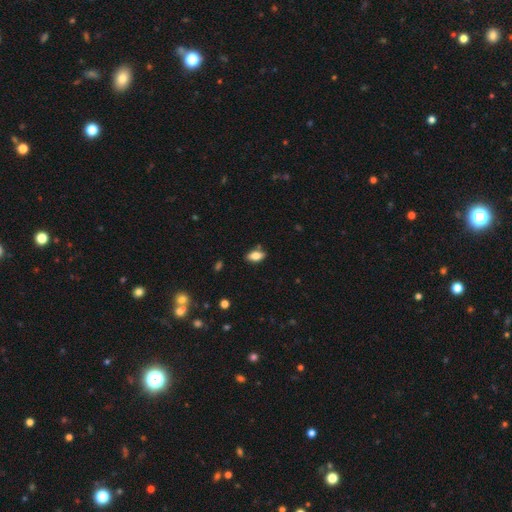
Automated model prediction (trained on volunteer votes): Smooth or featured? smooth (79%)
How rounded? in between (89%)
Merging? none (81%)